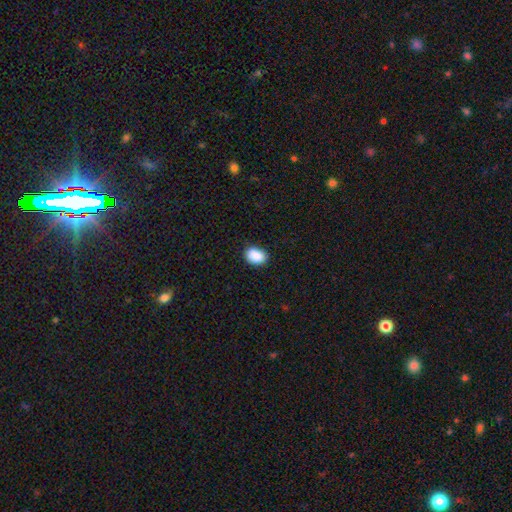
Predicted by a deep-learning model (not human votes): Overall: smooth (89%). How rounded: in between (78%). Merging: none (81%).